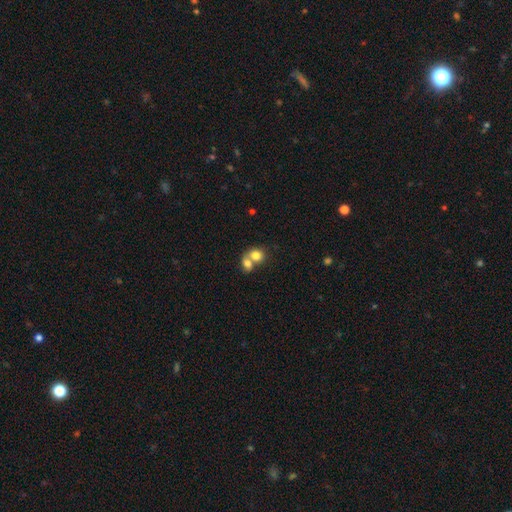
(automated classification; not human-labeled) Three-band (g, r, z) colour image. It shows a smooth galaxy with no disk features (77%) that is round (59%). Merging: merger (68%).